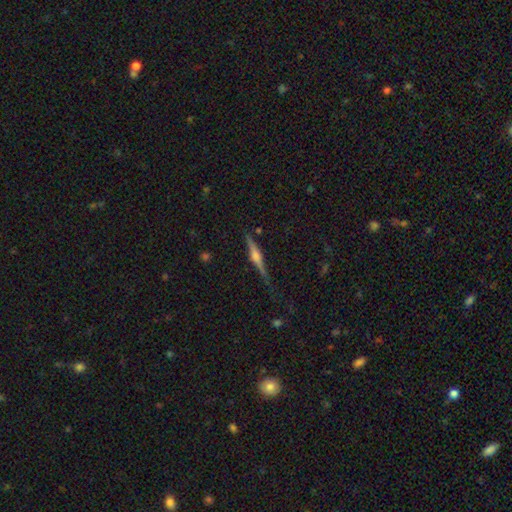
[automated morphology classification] The model was most divided on "smooth or featured": featured or disk: 77%, smooth: 16%, star or artifact: 7%. More confident: edge-on disk — yes (98%); edge-on bulge — rounded (89%); merging — none (82%).